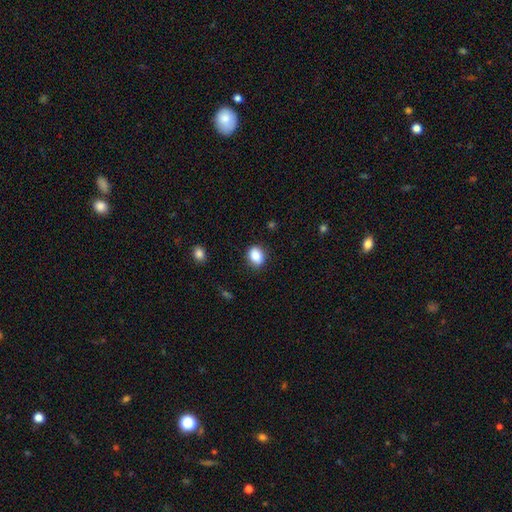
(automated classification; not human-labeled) Q: Smooth or featured?
A: smooth (86%); runner-up: star or artifact (9%)
Q: How rounded?
A: in between (55%); runner-up: round (44%)
Q: Merging?
A: none (85%); runner-up: minor disturbance (11%)